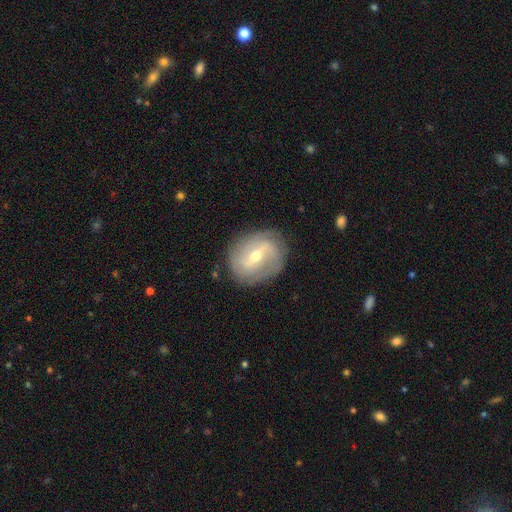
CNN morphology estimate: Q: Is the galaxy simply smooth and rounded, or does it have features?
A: featured or disk — 77%.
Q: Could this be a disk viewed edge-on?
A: no — 95%.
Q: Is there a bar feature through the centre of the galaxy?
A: weak — 46%.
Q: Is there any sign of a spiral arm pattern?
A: yes — 83%.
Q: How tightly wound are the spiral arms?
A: tight — 40%.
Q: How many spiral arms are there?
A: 2 — 61%.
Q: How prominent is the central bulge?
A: moderate — 57%.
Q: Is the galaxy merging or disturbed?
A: none — 81%.